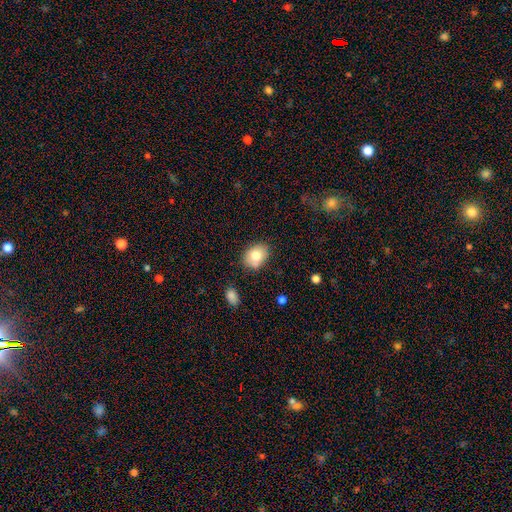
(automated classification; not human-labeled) Smooth or featured? smooth (77%)
How rounded? in between (63%)
Merging? none (75%)